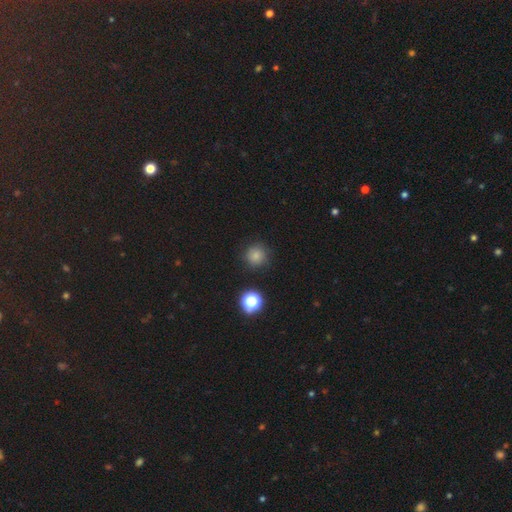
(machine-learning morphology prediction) The model was most divided on "smooth or featured": smooth: 79%, star or artifact: 15%, featured or disk: 6%. More confident: how rounded — round (94%); merging — none (86%).